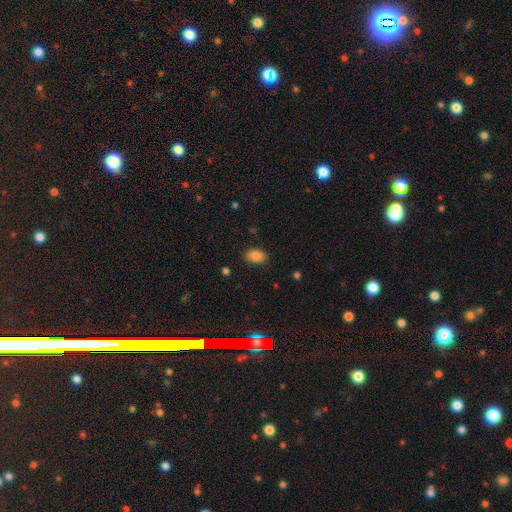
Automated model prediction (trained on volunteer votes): A smooth galaxy with no disk features (86%) that is in between round and cigar-shaped (84%). Merging: none (86%).